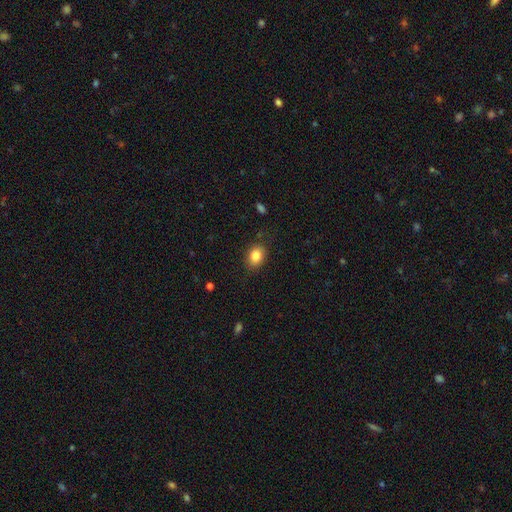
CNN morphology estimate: This appears to be a smooth galaxy with no disk features (85%) that is in between round and cigar-shaped (63%). Merging: none (84%).